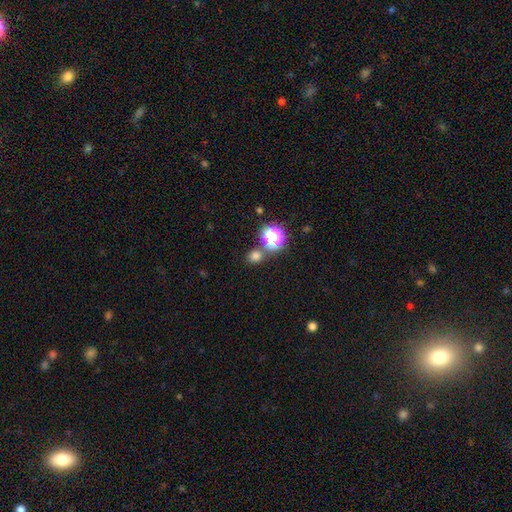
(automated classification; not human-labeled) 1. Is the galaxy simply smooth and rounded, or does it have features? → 70% smooth, 25% star or artifact, 5% featured or disk.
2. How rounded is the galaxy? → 78% round, 21% in between, 1% cigar-shaped.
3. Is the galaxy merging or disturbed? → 74% none, 14% merger, 8% minor disturbance, 3% major disturbance.